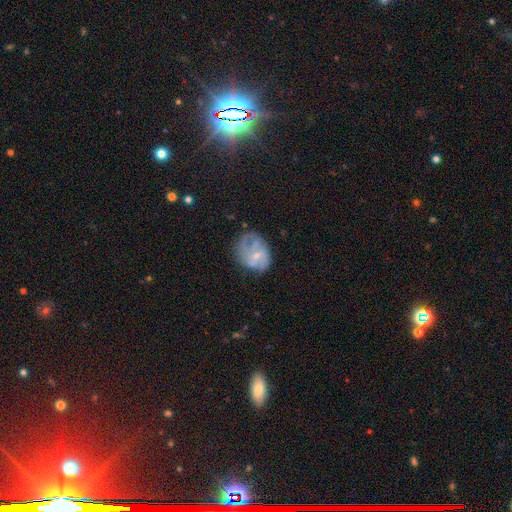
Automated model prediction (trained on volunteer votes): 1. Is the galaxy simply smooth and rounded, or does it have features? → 61% featured or disk, 32% smooth, 8% star or artifact.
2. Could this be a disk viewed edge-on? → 98% no, 2% yes.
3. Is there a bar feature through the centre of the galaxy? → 52% no, 41% weak, 7% strong.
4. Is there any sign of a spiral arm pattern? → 69% yes, 31% no.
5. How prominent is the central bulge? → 61% small, 28% moderate, 9% none, 1% large, 1% dominant.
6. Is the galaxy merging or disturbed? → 48% none, 27% minor disturbance, 21% major disturbance, 3% merger.